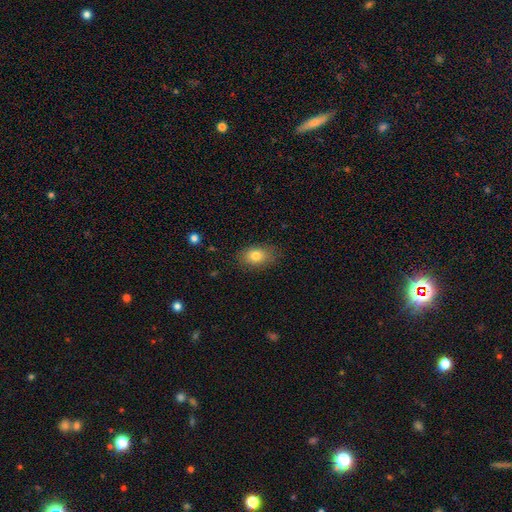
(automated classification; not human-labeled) This is likely a smooth galaxy (80%). How rounded: likely in between (79%). Merging: clearly none (81%).